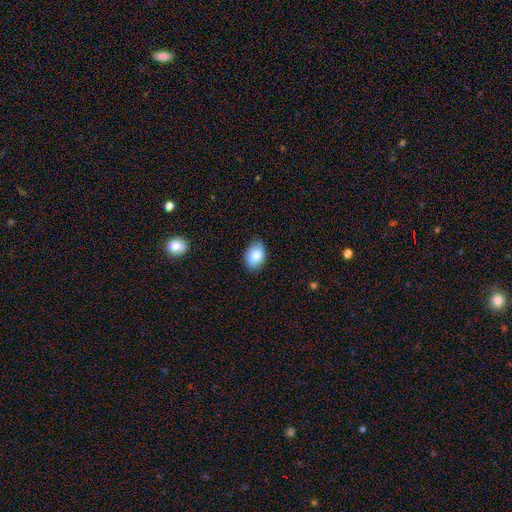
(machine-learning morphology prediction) Smooth or featured? smooth (82%)
How rounded? in between (82%)
Merging? none (82%)